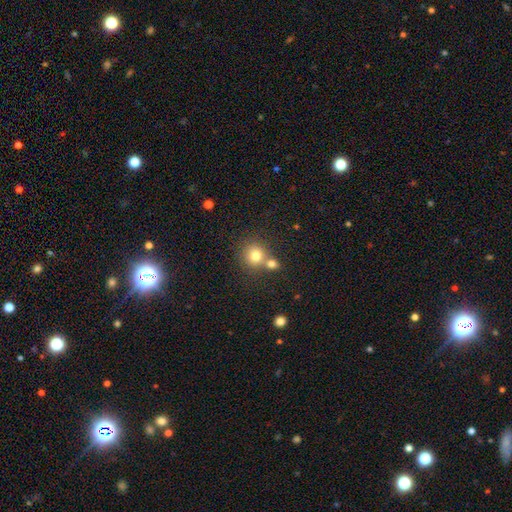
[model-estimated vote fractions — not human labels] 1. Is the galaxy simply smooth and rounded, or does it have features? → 78% smooth, 12% star or artifact, 10% featured or disk.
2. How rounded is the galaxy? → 87% round, 12% in between, 1% cigar-shaped.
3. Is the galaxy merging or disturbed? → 51% none, 38% merger, 8% minor disturbance, 3% major disturbance.